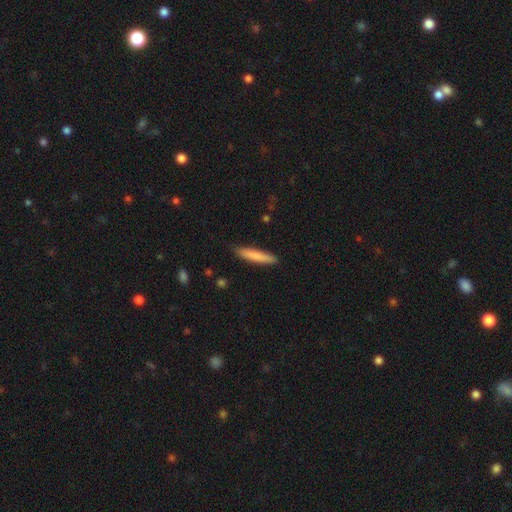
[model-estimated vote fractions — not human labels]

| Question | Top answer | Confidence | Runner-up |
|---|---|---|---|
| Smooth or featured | smooth | 81% | featured or disk (13%) |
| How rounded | cigar-shaped | 89% | in between (10%) |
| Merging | none | 87% | minor disturbance (10%) |